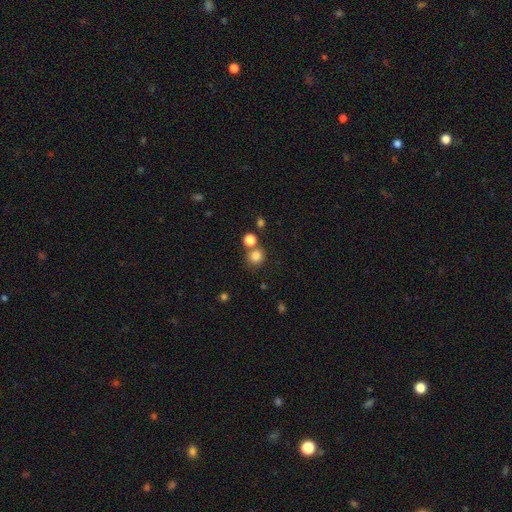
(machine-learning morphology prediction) smooth_or_featured: smooth (p=0.82) [alt: star or artifact p=0.13]
how_rounded: round (p=0.85) [alt: in between p=0.15]
merging: none (p=0.67) [alt: merger p=0.20]